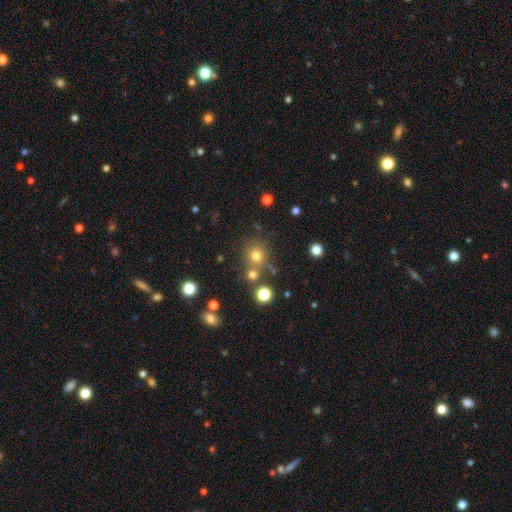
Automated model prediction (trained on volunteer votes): Morphology: type=smooth (72%); roundness=round (89%); merging=none (69%).